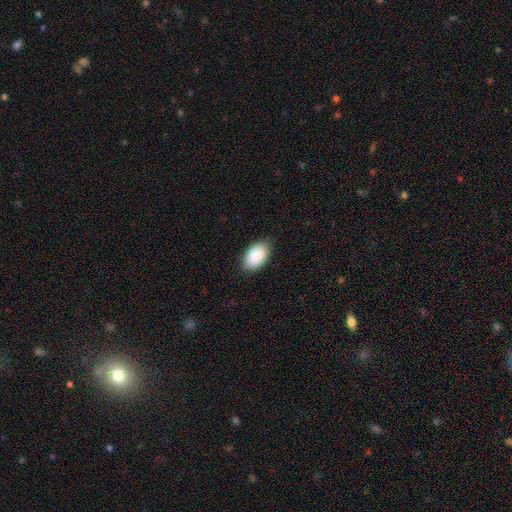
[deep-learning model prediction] Morphology: type=smooth (90%); roundness=in between (94%); merging=none (85%).